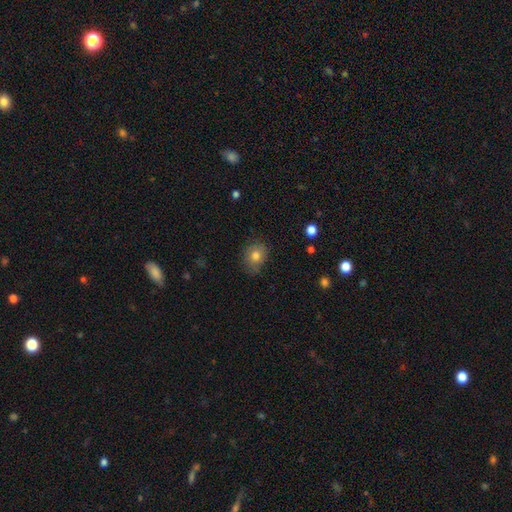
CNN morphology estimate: A smooth galaxy with no disk features (80%) that is round (58%). Merging: none (74%).